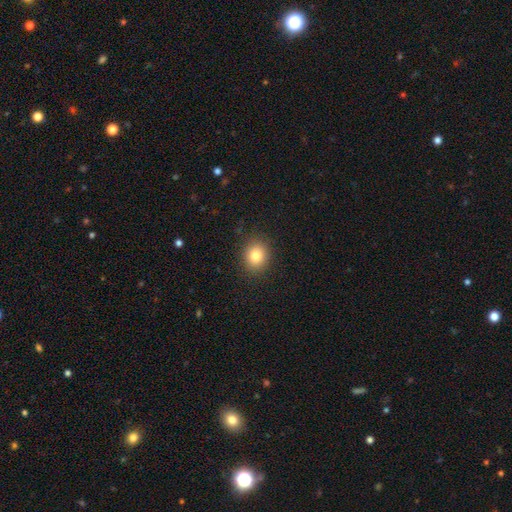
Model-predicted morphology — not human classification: This is clearly a smooth galaxy (81%). How rounded: likely round (68%). Merging: clearly none (89%).